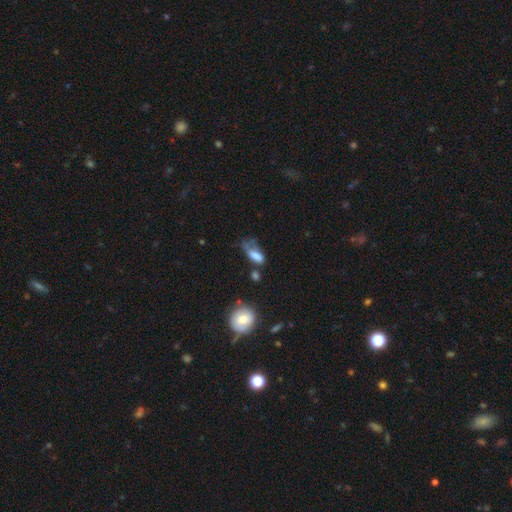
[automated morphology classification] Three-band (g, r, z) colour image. It shows a smooth galaxy with no disk features (72%) that is in between round and cigar-shaped (81%). Merging: major disturbance (36%).